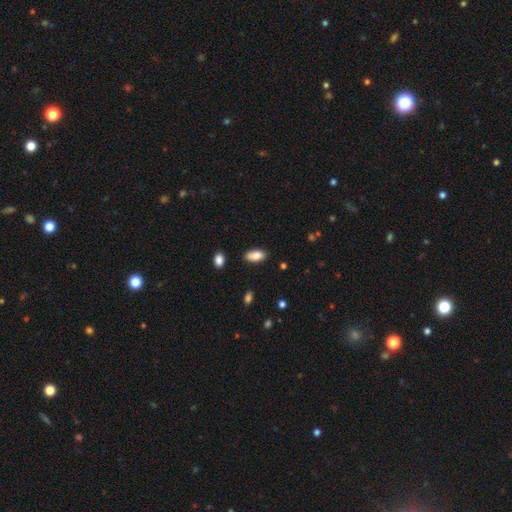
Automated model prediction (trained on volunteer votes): This appears to be a smooth galaxy with no disk features (85%) that is in between round and cigar-shaped (89%). Merging: none (81%).